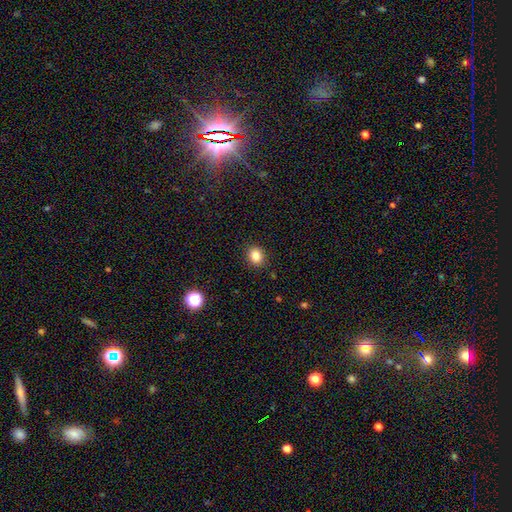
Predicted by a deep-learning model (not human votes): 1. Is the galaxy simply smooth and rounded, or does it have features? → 84% smooth, 11% star or artifact, 5% featured or disk.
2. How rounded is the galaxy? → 61% round, 38% in between, 1% cigar-shaped.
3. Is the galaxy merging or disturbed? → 90% none, 7% minor disturbance, 2% major disturbance, 1% merger.